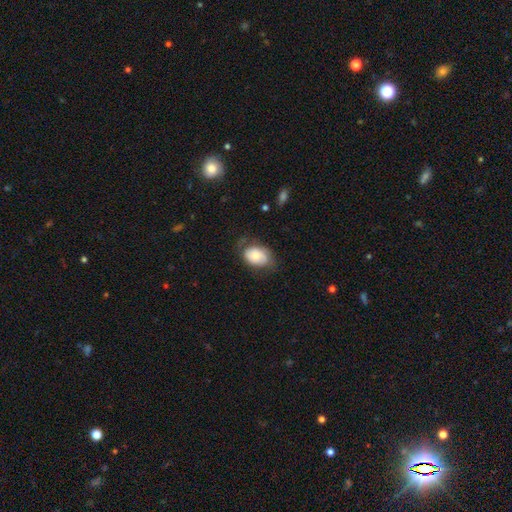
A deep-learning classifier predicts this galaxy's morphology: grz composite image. It shows a smooth galaxy with no disk features (62%) that is in between round and cigar-shaped (80%). Merging: none (58%).